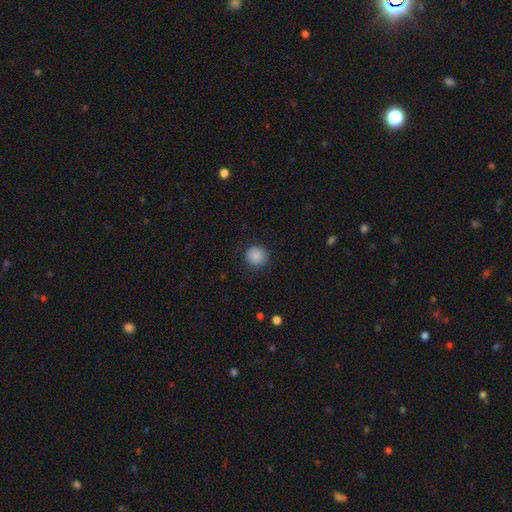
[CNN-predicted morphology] A smooth galaxy with no disk features (89%) that is round (93%). Merging: none (90%).